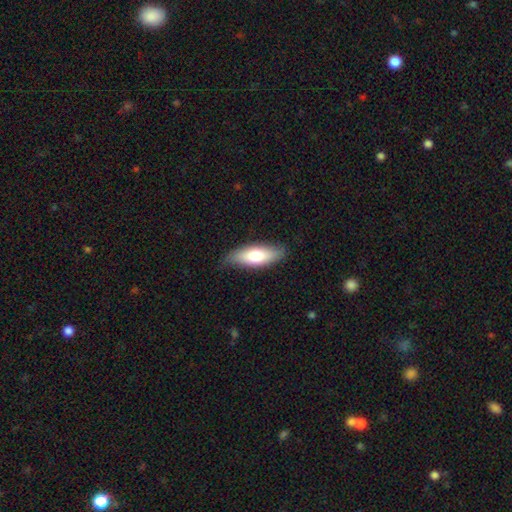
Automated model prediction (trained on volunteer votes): Smooth or featured? smooth (70%)
How rounded? in between (66%)
Merging? none (80%)